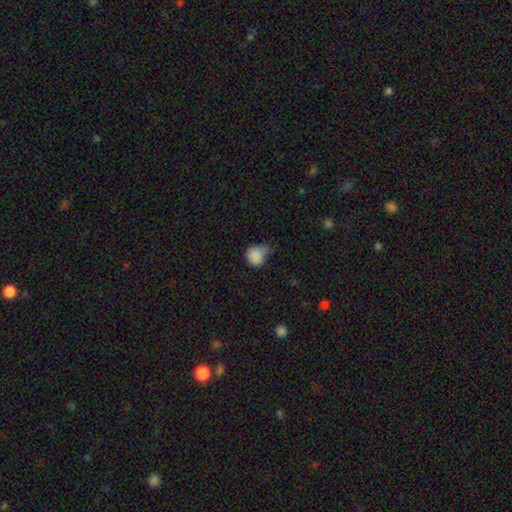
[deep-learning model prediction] smooth-or-featured: smooth: 83% | star or artifact: 10% | featured or disk: 6%
  how-rounded: round: 63% | in between: 36% | cigar-shaped: 1%
  merging: minor disturbance: 42% | none: 32% | major disturbance: 21% | merger: 5%